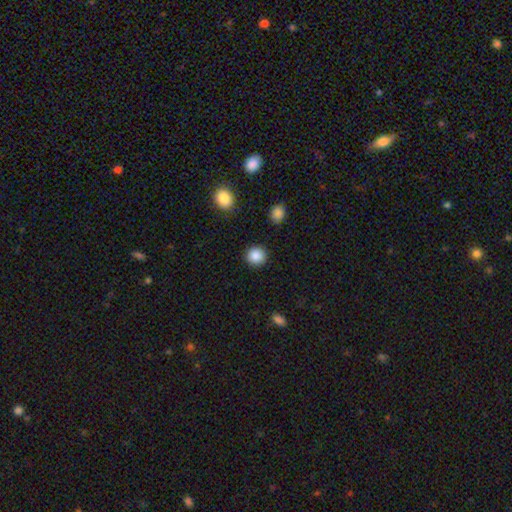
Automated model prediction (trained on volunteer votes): Smooth or featured? smooth (88%)
How rounded? round (92%)
Merging? none (91%)